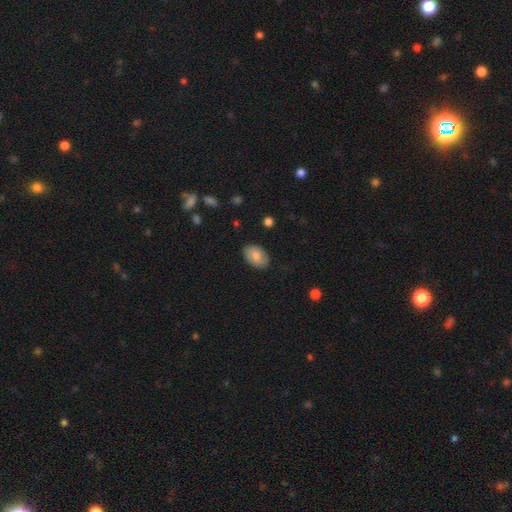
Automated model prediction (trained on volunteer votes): This appears to be a smooth galaxy with no disk features (75%) that is in between round and cigar-shaped (88%). Merging: none (83%).